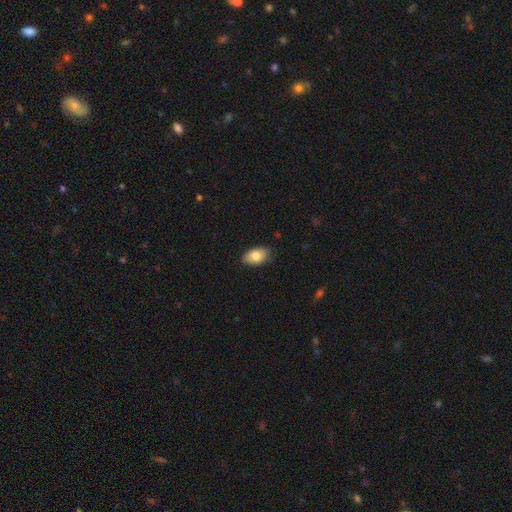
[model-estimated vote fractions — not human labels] Smooth or featured? Predicted: smooth (p=0.80). How rounded? Predicted: in between (p=0.92). Merging? Predicted: none (p=0.84).